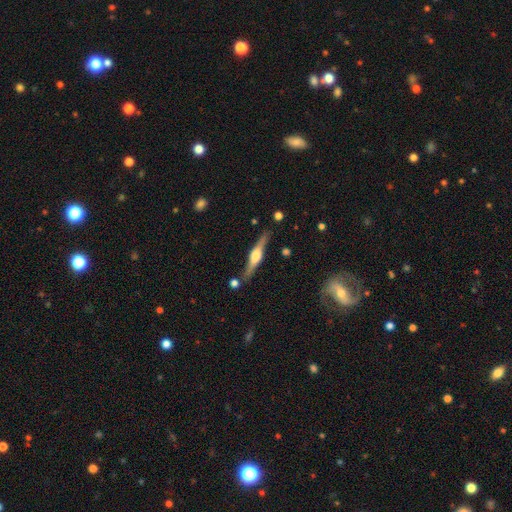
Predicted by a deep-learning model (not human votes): Morphology: type=featured or disk (79%); edge-on=yes (97%); edge-on bulge=rounded (89%); merging=none (83%).